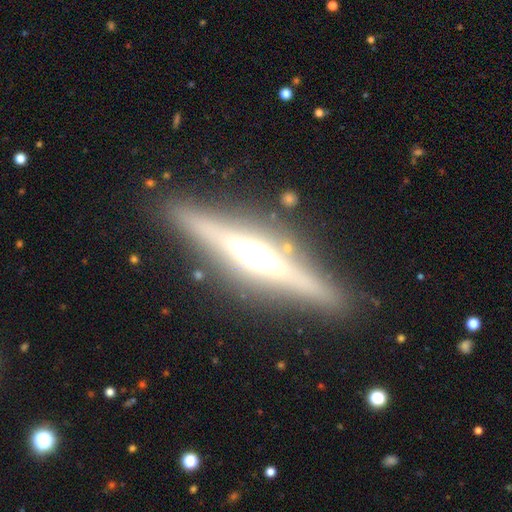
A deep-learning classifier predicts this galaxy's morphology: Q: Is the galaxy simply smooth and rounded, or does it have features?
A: featured or disk — 78%.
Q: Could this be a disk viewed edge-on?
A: yes — 95%.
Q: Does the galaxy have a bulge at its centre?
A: rounded — 80%.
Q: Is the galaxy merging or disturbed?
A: none — 86%.